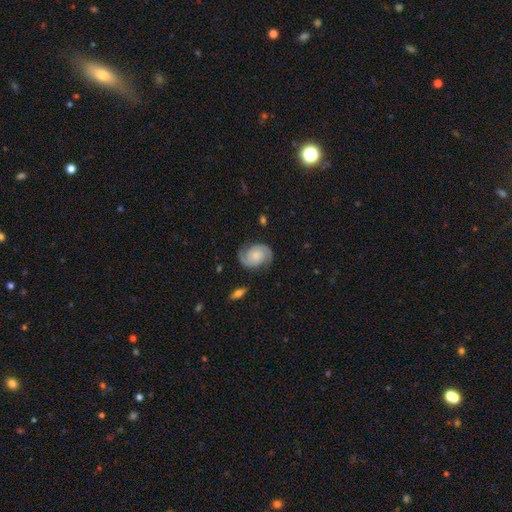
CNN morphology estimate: This is clearly a featured or disk galaxy (83%). It is clearly not viewed edge-on (98%). Bar: likely no (70%). Spiral arm pattern: clearly yes (97%). Spiral arm count: clearly 2 (92%). Spiral winding: possibly tight (45%). Central bulge: marginally small (40%). Merging: likely none (79%).